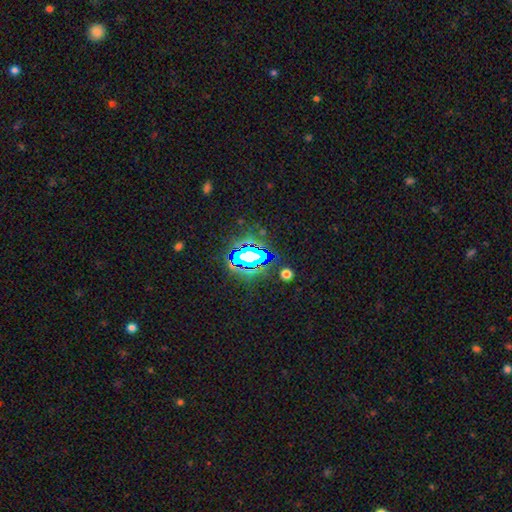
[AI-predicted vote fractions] Q: Smooth or featured?
A: star or artifact (70%); runner-up: smooth (18%)